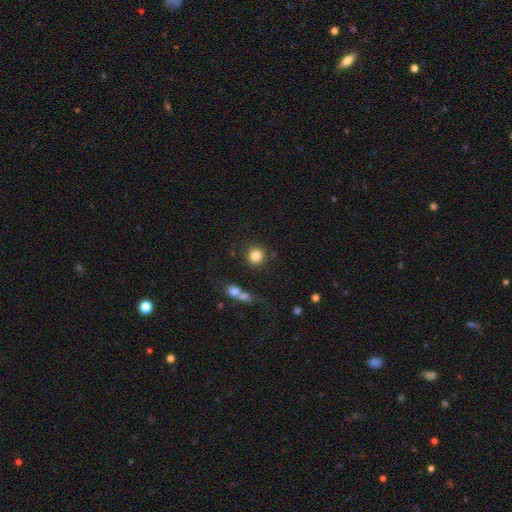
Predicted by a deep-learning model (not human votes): Smooth or featured? smooth (84%)
How rounded? round (91%)
Merging? none (81%)